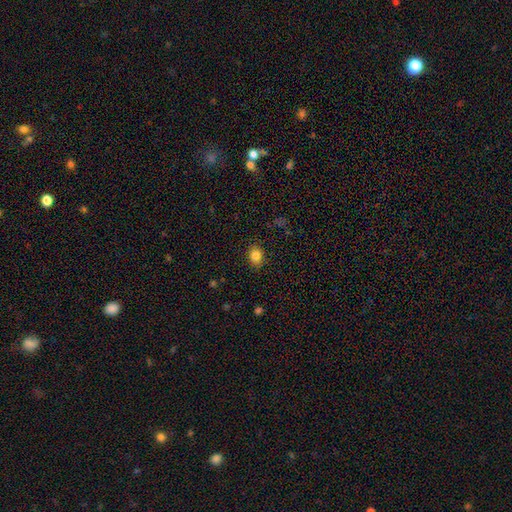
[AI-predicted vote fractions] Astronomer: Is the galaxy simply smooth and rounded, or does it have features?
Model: smooth — 84%.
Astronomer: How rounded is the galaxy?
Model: in between — 55% (runner-up: round, 44%).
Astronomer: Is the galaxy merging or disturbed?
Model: none — 87%.